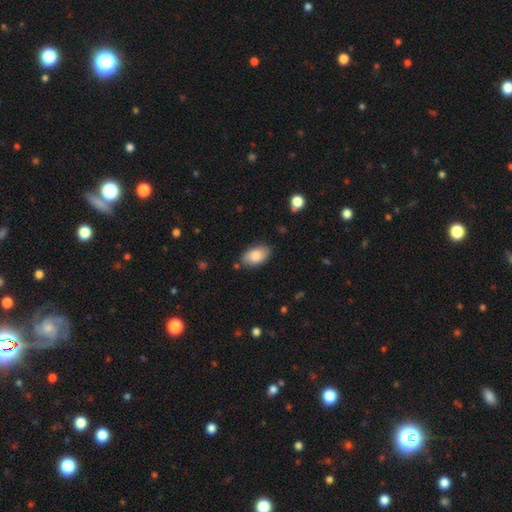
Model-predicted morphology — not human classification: Smooth or featured: smooth — 84% (featured or disk — 10%)
How rounded: in between — 94% (round — 5%)
Merging: none — 80% (minor disturbance — 15%)